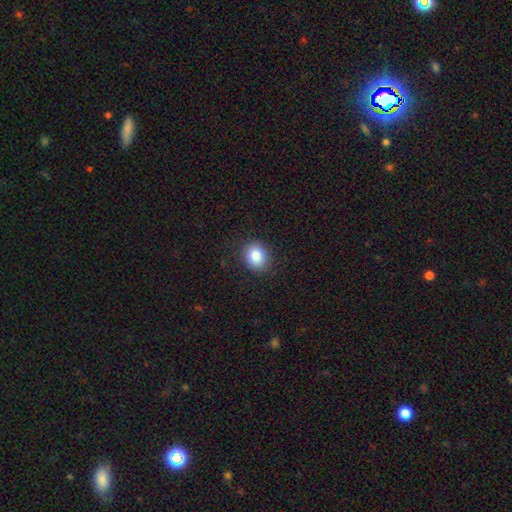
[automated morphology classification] Smooth or featured? smooth (86%)
How rounded? round (65%)
Merging? none (89%)